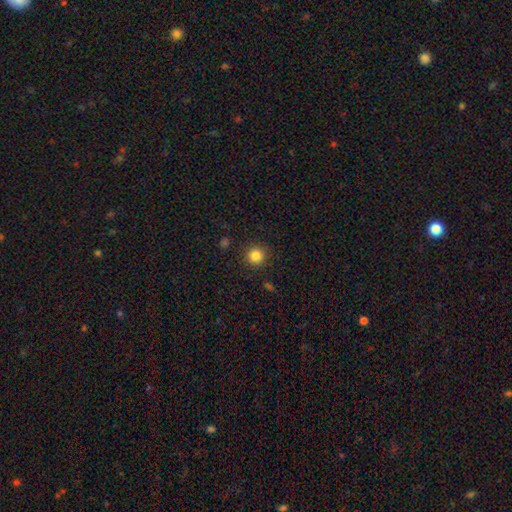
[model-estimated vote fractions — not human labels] Morphology: type=smooth (84%); roundness=round (94%); merging=none (90%).